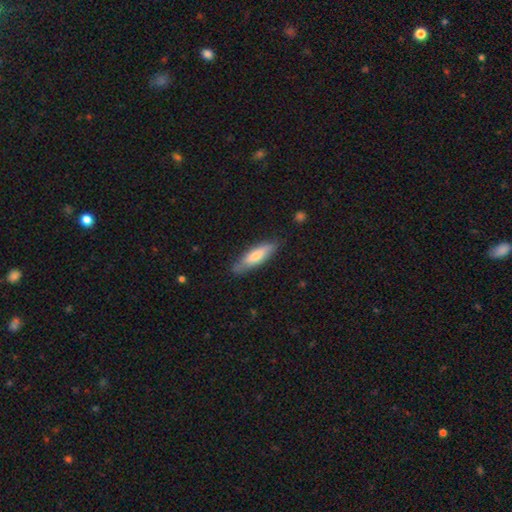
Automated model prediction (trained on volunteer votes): Smooth or featured: smooth — 69% (featured or disk — 25%)
How rounded: cigar-shaped — 61% (in between — 37%)
Merging: none — 80% (minor disturbance — 16%)